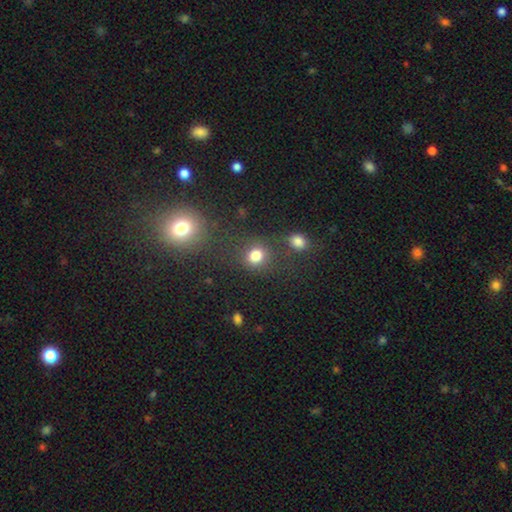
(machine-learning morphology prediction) Smooth or featured? Predicted: smooth (p=0.80). How rounded? Predicted: round (p=0.75). Merging? Predicted: none (p=0.69).